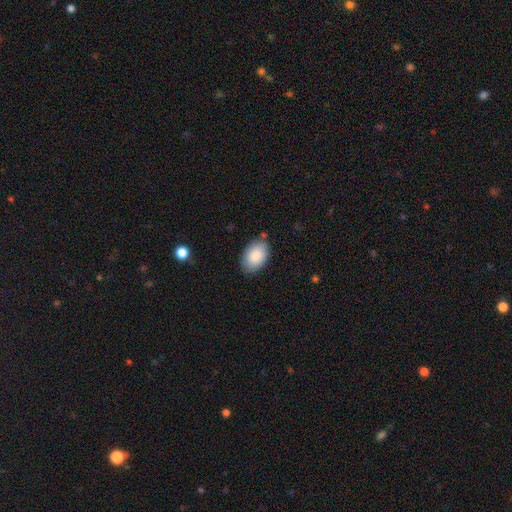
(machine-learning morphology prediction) This is clearly a smooth galaxy (86%). How rounded: clearly in between (90%). Merging: clearly none (81%).